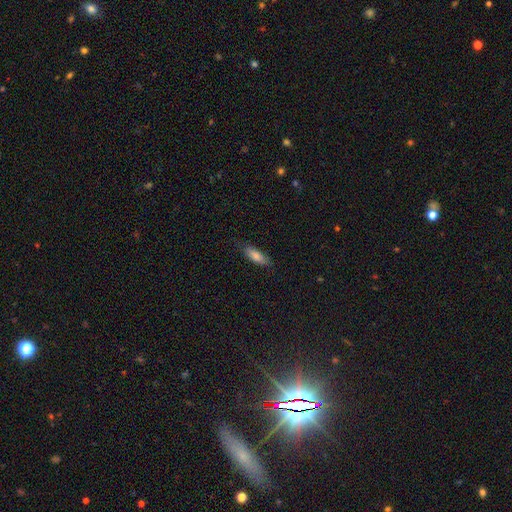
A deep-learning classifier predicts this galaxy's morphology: Smooth or featured? Predicted: smooth (p=0.76). How rounded? Predicted: in between (p=0.58). Merging? Predicted: none (p=0.78).